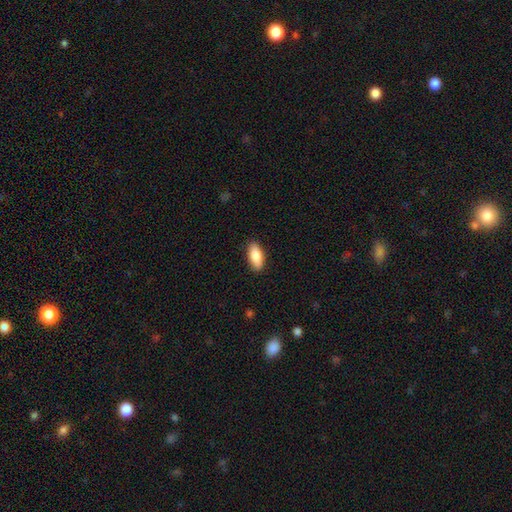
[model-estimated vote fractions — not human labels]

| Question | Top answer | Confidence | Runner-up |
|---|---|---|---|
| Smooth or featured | smooth | 85% | featured or disk (9%) |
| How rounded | in between | 84% | cigar-shaped (14%) |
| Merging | none | 88% | minor disturbance (9%) |